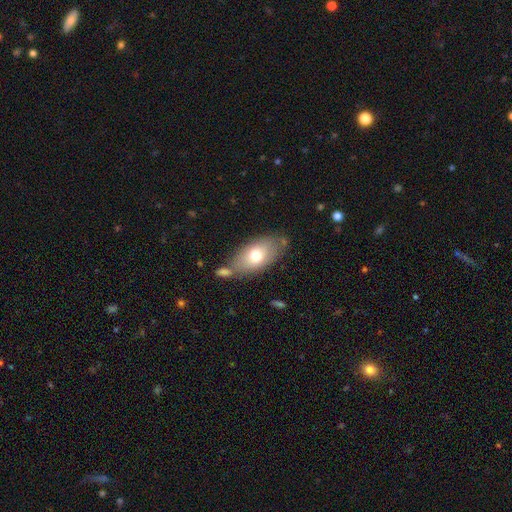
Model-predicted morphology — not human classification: Overall: smooth (69%). How rounded: in between (90%). Merging: none (61%).